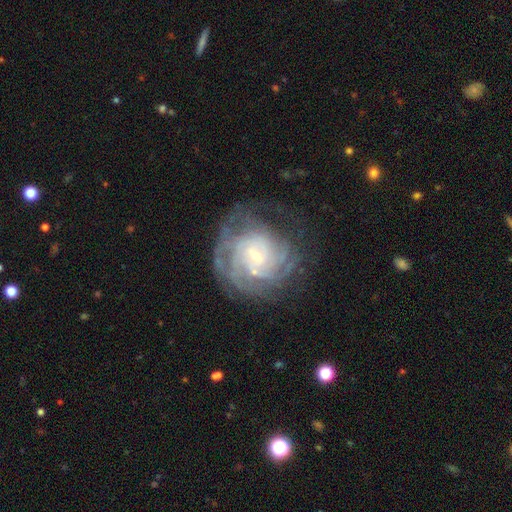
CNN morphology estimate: Q: Smooth or featured?
A: featured or disk (82%); runner-up: smooth (11%)
Q: Edge-on disk?
A: no (97%); runner-up: yes (3%)
Q: Bar?
A: no (56%); runner-up: weak (37%)
Q: Spiral arms?
A: yes (91%); runner-up: no (9%)
Q: Spiral winding?
A: tight (71%); runner-up: medium (23%)
Q: Spiral arm count?
A: can't tell (45%); runner-up: 4 (17%)
Q: Bulge size?
A: small (72%); runner-up: moderate (23%)
Q: Merging?
A: none (62%); runner-up: minor disturbance (19%)